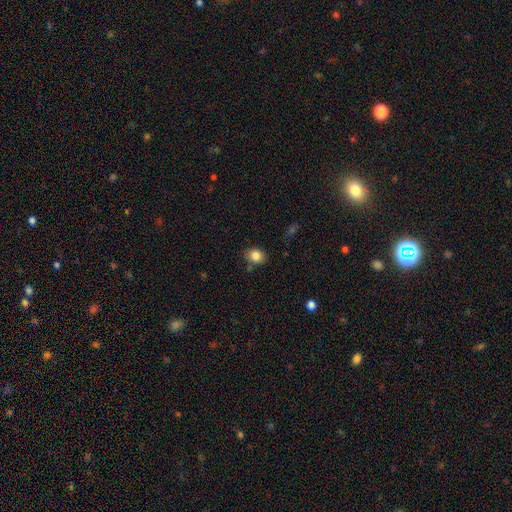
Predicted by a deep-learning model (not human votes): smooth_or_featured: smooth (p=0.84) [alt: star or artifact p=0.10]
how_rounded: round (p=0.54) [alt: in between p=0.45]
merging: none (p=0.79) [alt: minor disturbance p=0.14]